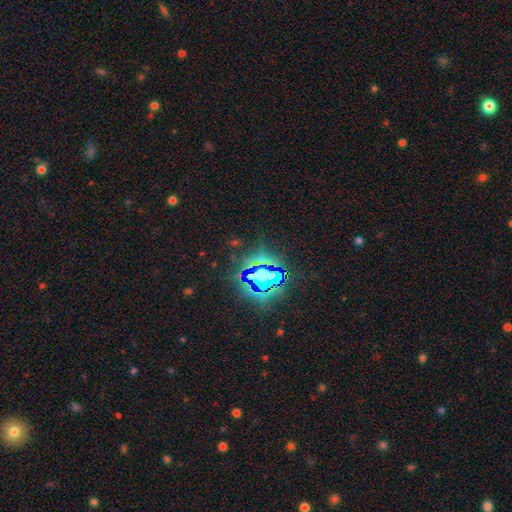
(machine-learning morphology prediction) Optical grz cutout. It shows a star or artifact, not a galaxy (81%).